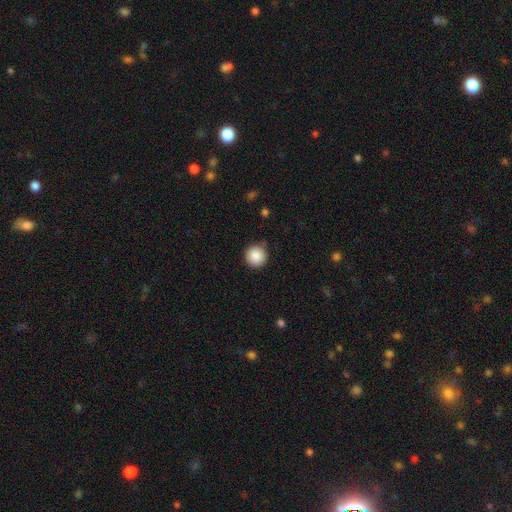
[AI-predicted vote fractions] Smooth or featured: smooth — 87% (star or artifact — 9%)
How rounded: round — 96% (in between — 3%)
Merging: none — 85% (minor disturbance — 11%)